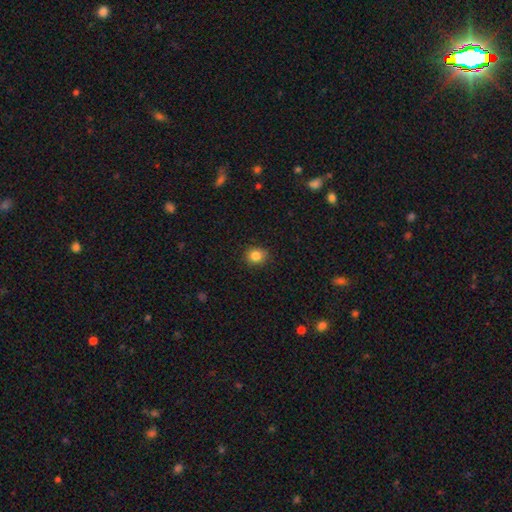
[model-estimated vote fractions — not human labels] smooth-or-featured: smooth: 85% | star or artifact: 11% | featured or disk: 5%
  how-rounded: round: 78% | in between: 21% | cigar-shaped: 1%
  merging: none: 87% | minor disturbance: 9% | major disturbance: 2% | merger: 1%